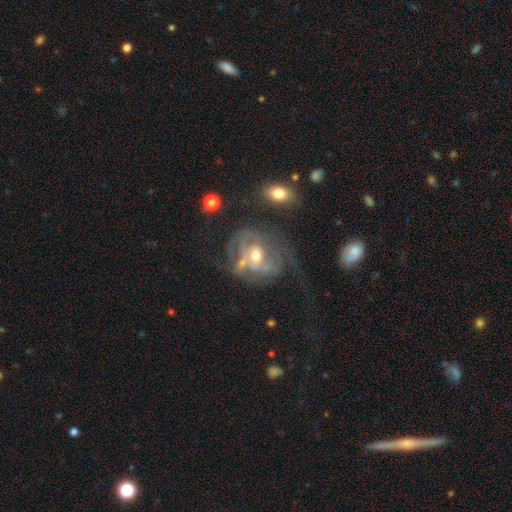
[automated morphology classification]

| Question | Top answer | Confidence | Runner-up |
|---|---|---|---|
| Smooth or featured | featured or disk | 75% | smooth (16%) |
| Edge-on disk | no | 97% | yes (3%) |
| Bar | no | 65% | weak (27%) |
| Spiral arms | yes | 72% | no (28%) |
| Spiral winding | tight | 46% | medium (35%) |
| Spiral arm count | can't tell | 42% | 2 (29%) |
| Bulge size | moderate | 63% | small (30%) |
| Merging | none | 34% | major disturbance (30%) |